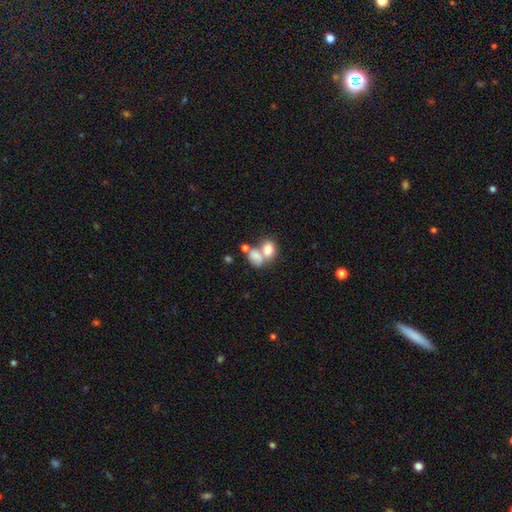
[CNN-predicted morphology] Smooth or featured?
  - smooth: 75% *
  - featured or disk: 14%
  - star or artifact: 10%
How rounded?
  - in between: 66% *
  - round: 32%
  - cigar-shaped: 1%
Merging?
  - merger: 59% *
  - none: 26%
  - minor disturbance: 8%
  - major disturbance: 6%